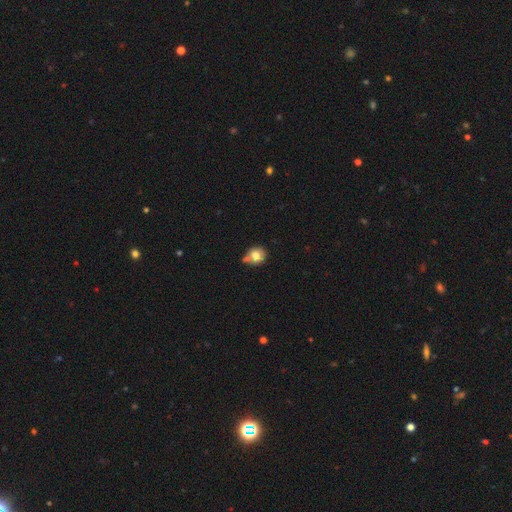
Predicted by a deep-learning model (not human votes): Smooth or featured? Predicted: smooth (p=0.77). How rounded? Predicted: round (p=0.81). Merging? Predicted: none (p=0.53).